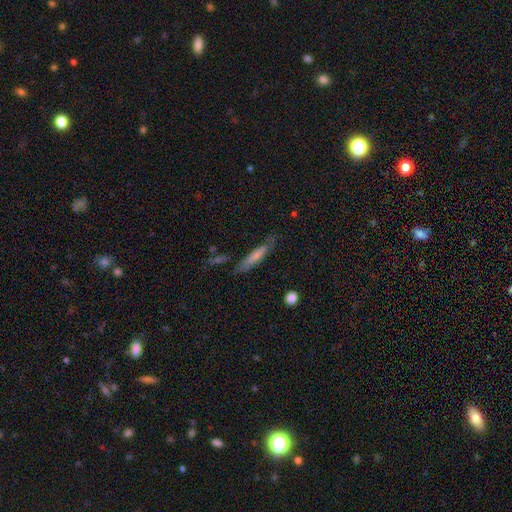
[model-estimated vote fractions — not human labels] A smooth galaxy with no disk features (57%) that is cigar-shaped (85%). Merging: none (71%).